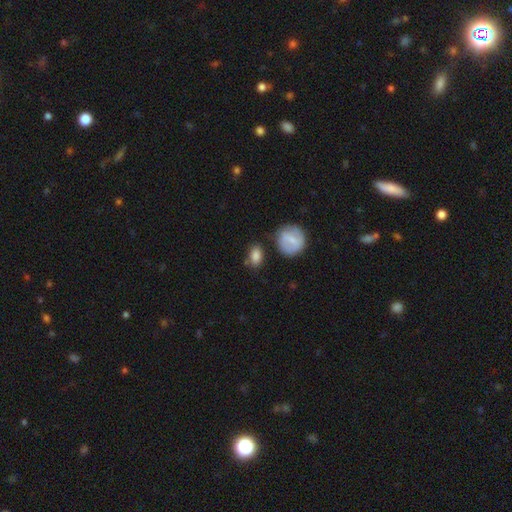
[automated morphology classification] Smooth or featured?
  - smooth: 82% *
  - featured or disk: 10%
  - star or artifact: 8%
How rounded?
  - in between: 74% *
  - round: 23%
  - cigar-shaped: 2%
Merging?
  - none: 71% *
  - minor disturbance: 17%
  - merger: 8%
  - major disturbance: 5%